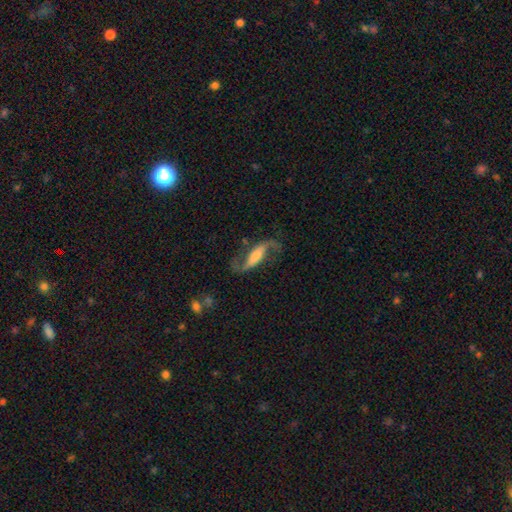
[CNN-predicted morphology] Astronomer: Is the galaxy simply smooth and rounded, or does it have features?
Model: featured or disk — 85%.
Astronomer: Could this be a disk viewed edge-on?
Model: no — 91%.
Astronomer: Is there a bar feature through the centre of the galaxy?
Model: strong — 42% (runner-up: weak, 33%).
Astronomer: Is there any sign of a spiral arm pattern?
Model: yes — 96%.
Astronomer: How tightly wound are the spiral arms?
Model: loose — 70%.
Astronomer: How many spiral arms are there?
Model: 2 — 93%.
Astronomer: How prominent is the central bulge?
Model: moderate — 37% (runner-up: small, 29%).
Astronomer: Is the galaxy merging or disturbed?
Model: none — 75%.